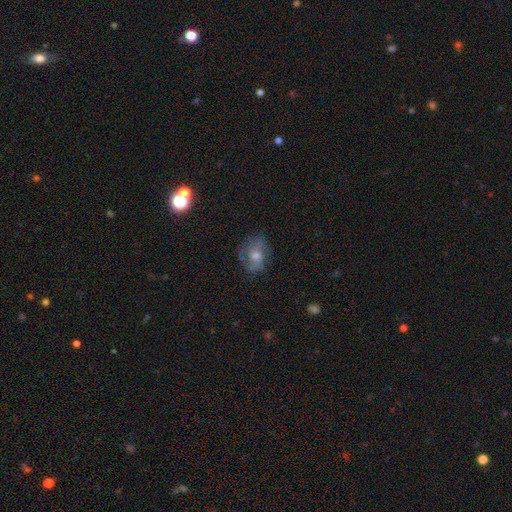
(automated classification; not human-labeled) featured or disk 46%, smooth 39%, star or artifact 15%. Down the decision tree: merging — none (68%).